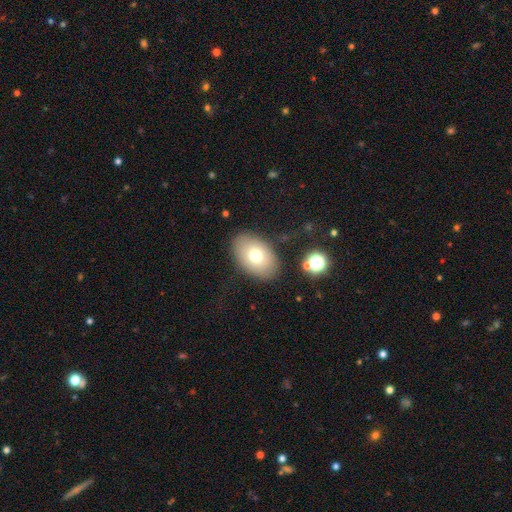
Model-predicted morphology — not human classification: Overall: smooth (73%). How rounded: in between (87%). Merging: none (84%).